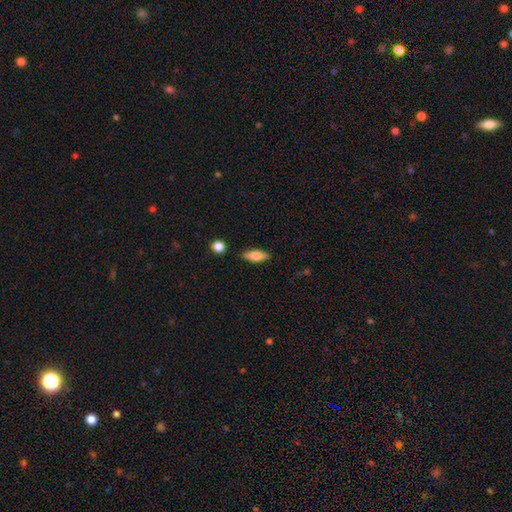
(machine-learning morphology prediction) smooth 69%, featured or disk 24%, star or artifact 7%. Down the decision tree: how rounded — in between (68%); merging — none (85%).